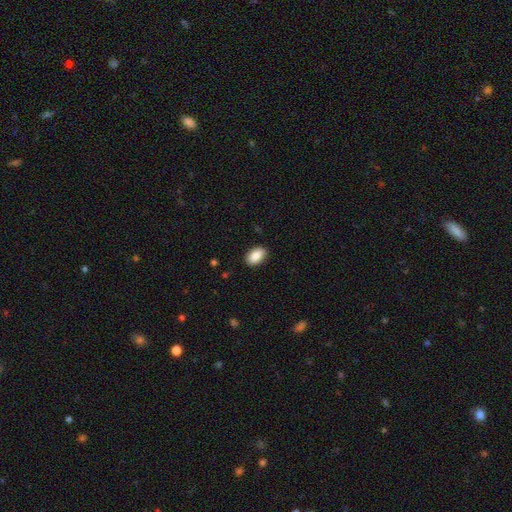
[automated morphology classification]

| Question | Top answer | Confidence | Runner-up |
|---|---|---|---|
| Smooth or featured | smooth | 87% | star or artifact (7%) |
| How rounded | in between | 92% | round (6%) |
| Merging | none | 89% | minor disturbance (9%) |